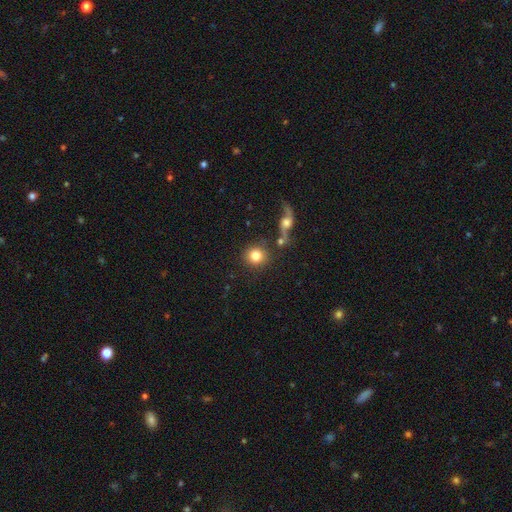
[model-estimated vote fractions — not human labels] A smooth galaxy with no disk features (80%) that is round (91%). Merging: none (79%).